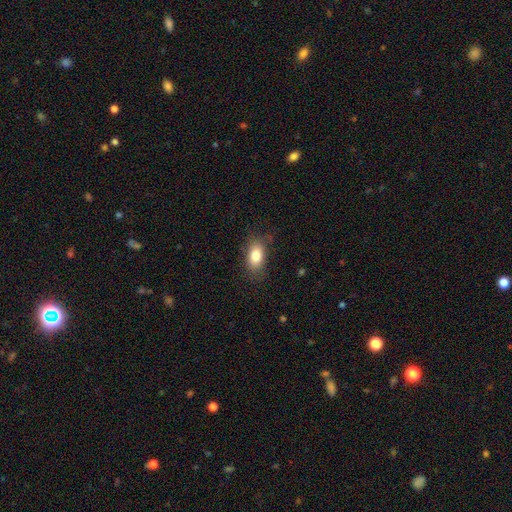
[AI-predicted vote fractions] smooth 82%, featured or disk 10%, star or artifact 8%. Down the decision tree: how rounded — in between (89%); merging — none (78%).